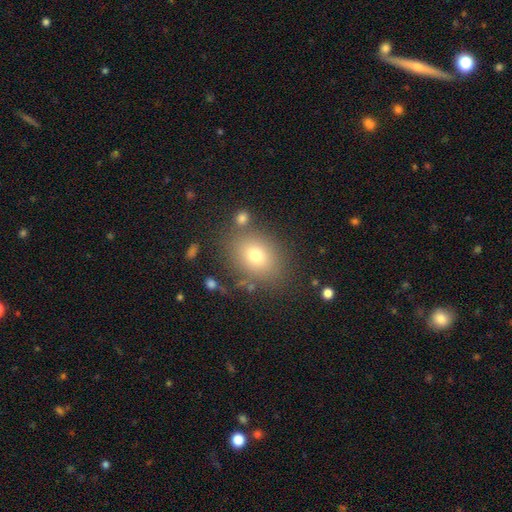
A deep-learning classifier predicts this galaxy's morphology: This appears to be a smooth galaxy with no disk features (75%) that is in between round and cigar-shaped (64%). Merging: none (76%).